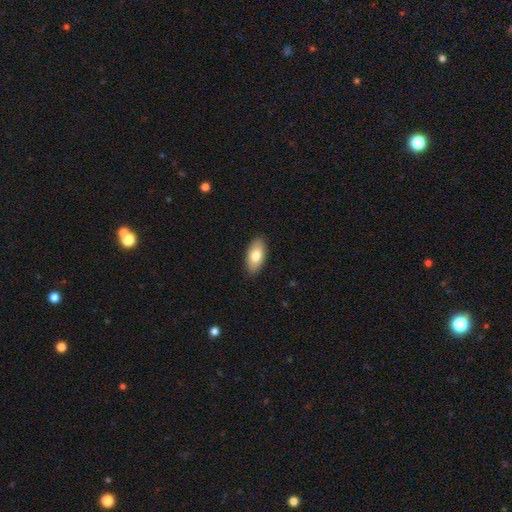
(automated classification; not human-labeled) A smooth galaxy with no disk features (78%) that is in between round and cigar-shaped (91%). Merging: none (89%).